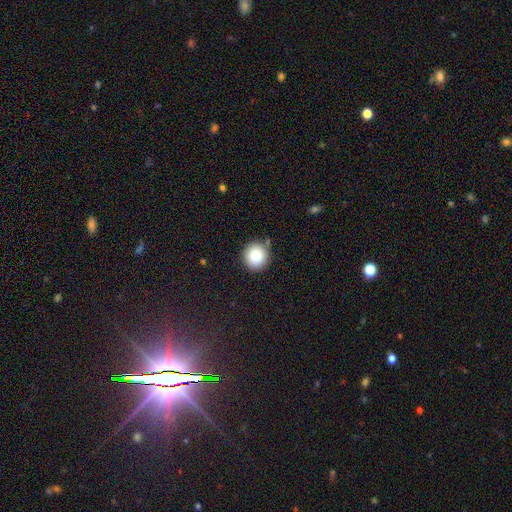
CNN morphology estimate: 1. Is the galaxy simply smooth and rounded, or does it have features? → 80% smooth, 11% star or artifact, 9% featured or disk.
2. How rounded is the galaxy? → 94% round, 5% in between, 1% cigar-shaped.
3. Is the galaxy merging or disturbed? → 85% none, 9% minor disturbance, 3% merger, 2% major disturbance.